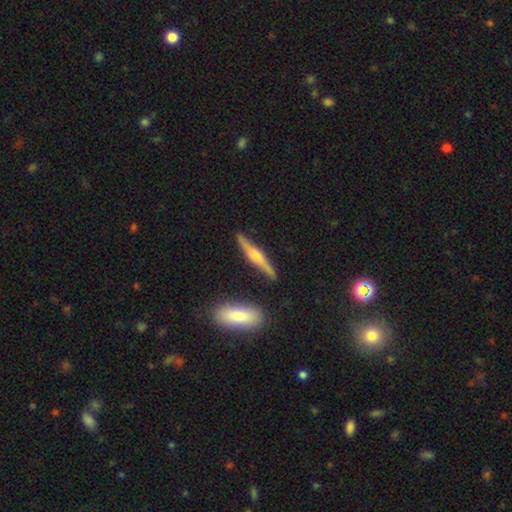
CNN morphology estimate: Overall: featured or disk (70%). Edge-on disk: yes (96%). Edge-on bulge: rounded (86%). Merging: none (84%).